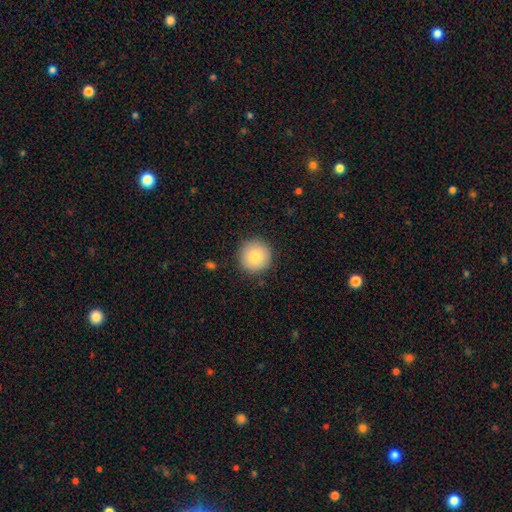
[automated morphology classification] Q: Smooth or featured?
A: smooth (82%); runner-up: featured or disk (9%)
Q: How rounded?
A: round (96%); runner-up: in between (3%)
Q: Merging?
A: none (90%); runner-up: minor disturbance (7%)